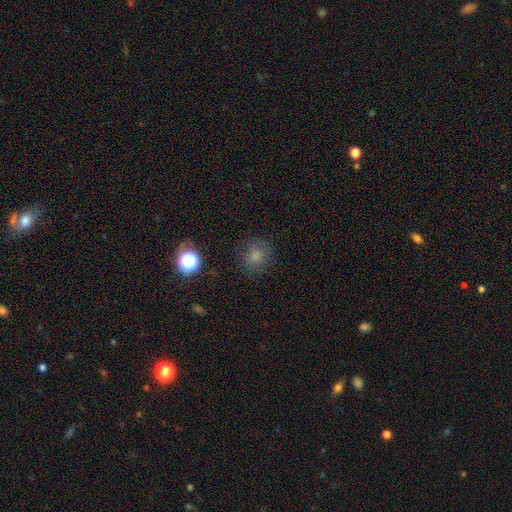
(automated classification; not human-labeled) smooth 77%, star or artifact 16%, featured or disk 8%. Down the decision tree: how rounded — round (90%); merging — none (83%).